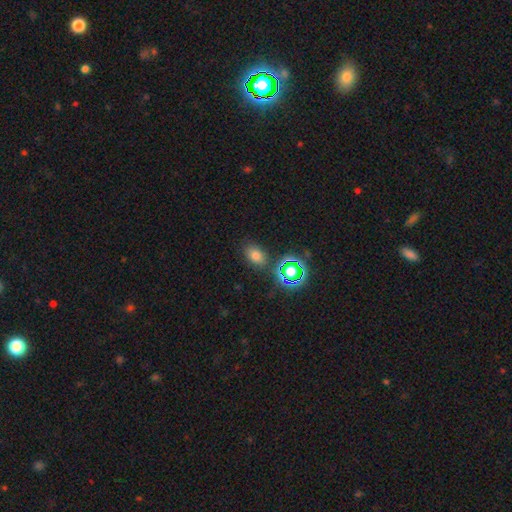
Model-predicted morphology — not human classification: This is likely a smooth galaxy (69%). How rounded: likely in between (75%). Merging: clearly none (82%).